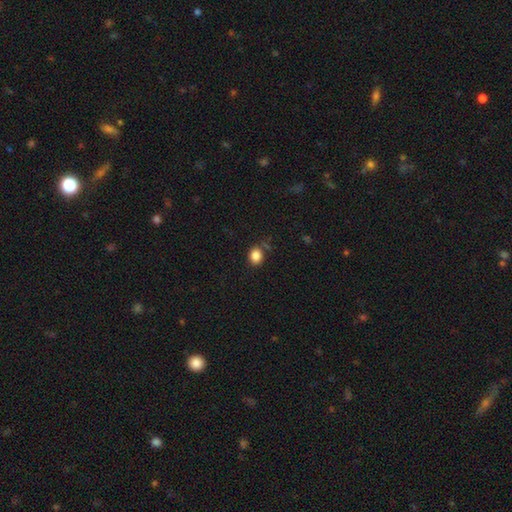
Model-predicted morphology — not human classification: Overall: smooth (85%). How rounded: round (50%; in between 49%). Merging: none (80%).